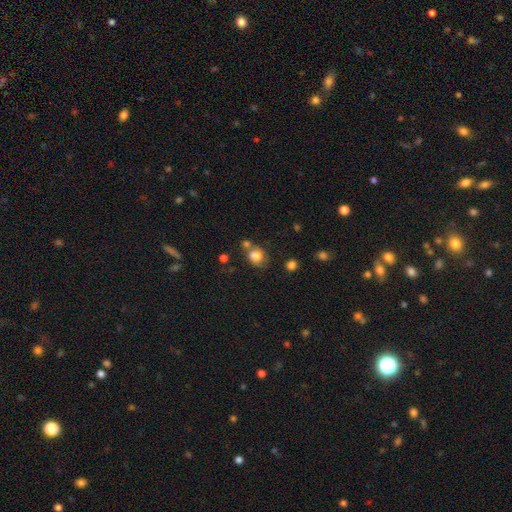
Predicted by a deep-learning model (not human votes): Smooth or featured? Predicted: smooth (p=0.76). How rounded? Predicted: round (p=0.55). Merging? Predicted: none (p=0.43).